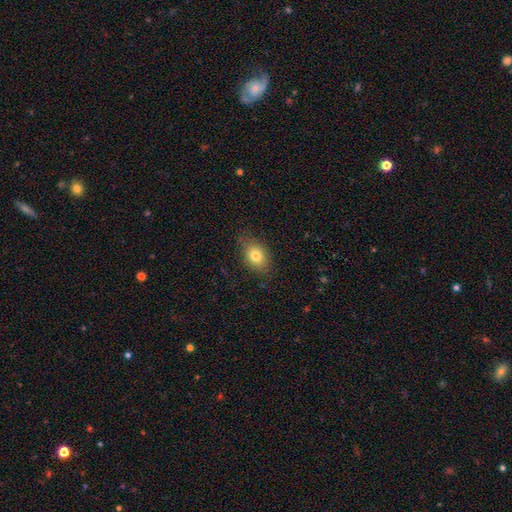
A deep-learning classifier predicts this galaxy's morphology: This is likely a smooth galaxy (79%). How rounded: likely in between (72%). Merging: clearly none (80%).